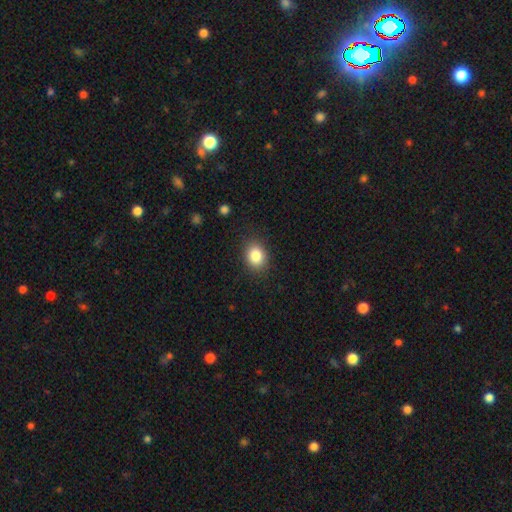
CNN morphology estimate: This is clearly a smooth galaxy (85%). How rounded: possibly in between (51%). Merging: clearly none (86%).